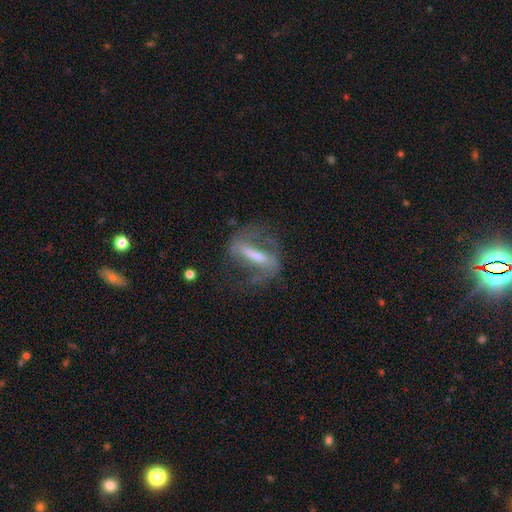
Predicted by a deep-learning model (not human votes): Smooth or featured: featured or disk — 75% (smooth — 16%)
Edge-on disk: no — 81% (yes — 19%)
Bar: strong — 69% (weak — 21%)
Spiral arms: yes — 75% (no — 25%)
Bulge size: small — 37% (moderate — 36%)
Merging: none — 60% (major disturbance — 21%)